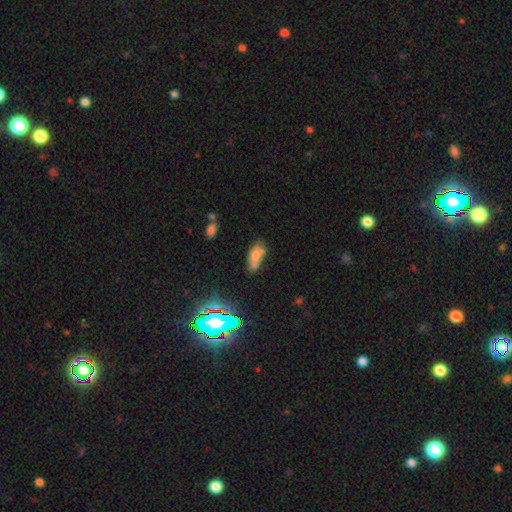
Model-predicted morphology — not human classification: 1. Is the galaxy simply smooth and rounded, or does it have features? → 64% smooth, 21% featured or disk, 15% star or artifact.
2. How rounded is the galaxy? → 81% in between, 14% cigar-shaped, 5% round.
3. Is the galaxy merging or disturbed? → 39% none, 27% minor disturbance, 21% merger, 13% major disturbance.